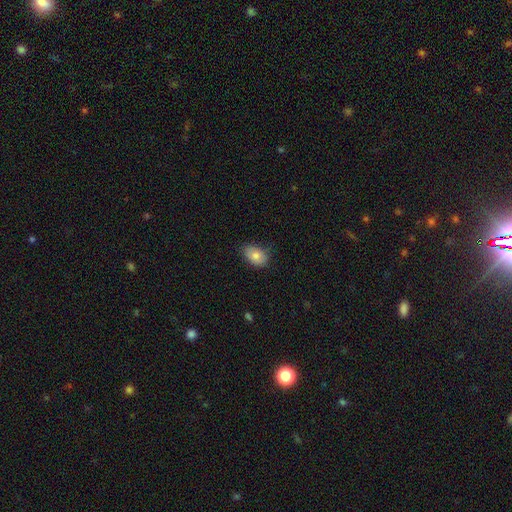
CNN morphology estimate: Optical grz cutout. It shows a smooth galaxy with no disk features (80%) that is in between round and cigar-shaped (85%). Merging: none (73%).